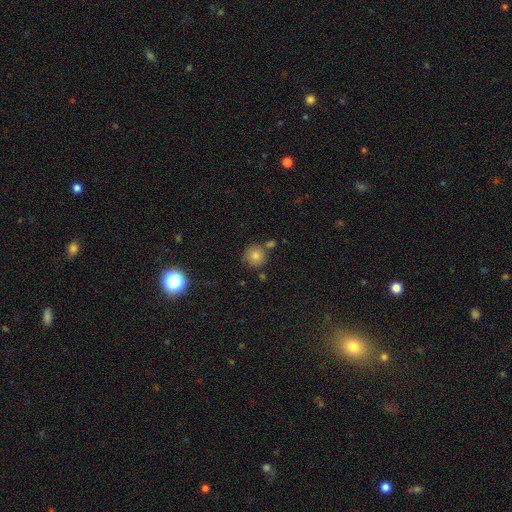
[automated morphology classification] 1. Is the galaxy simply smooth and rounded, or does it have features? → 79% smooth, 12% star or artifact, 9% featured or disk.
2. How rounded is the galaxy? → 93% round, 6% in between, 1% cigar-shaped.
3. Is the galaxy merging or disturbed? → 74% none, 12% merger, 11% minor disturbance, 3% major disturbance.